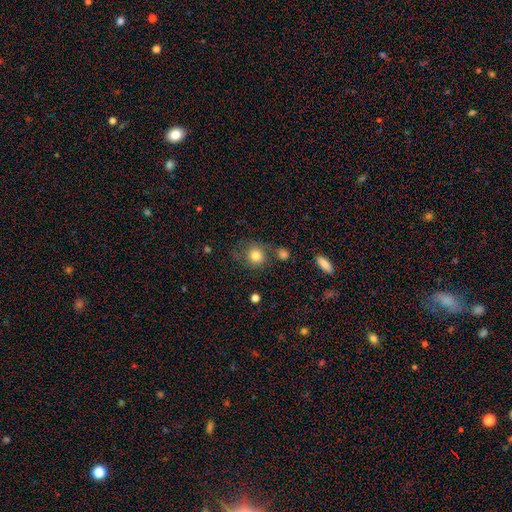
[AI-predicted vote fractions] Overall: smooth (81%). How rounded: round (84%). Merging: none (65%).